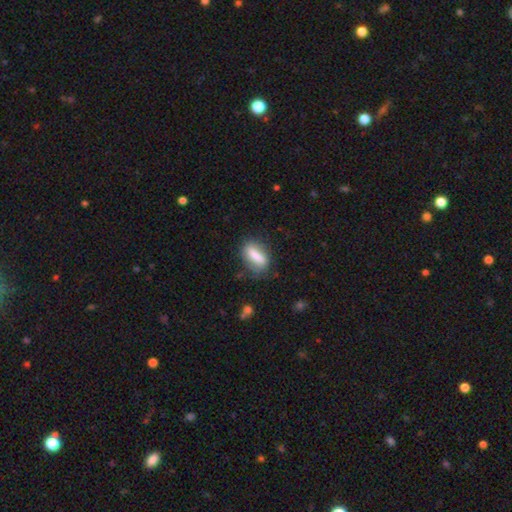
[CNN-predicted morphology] The model was most divided on "how rounded": in between: 63%, cigar-shaped: 32%, round: 5%. More confident: smooth or featured — smooth (72%); merging — none (69%).